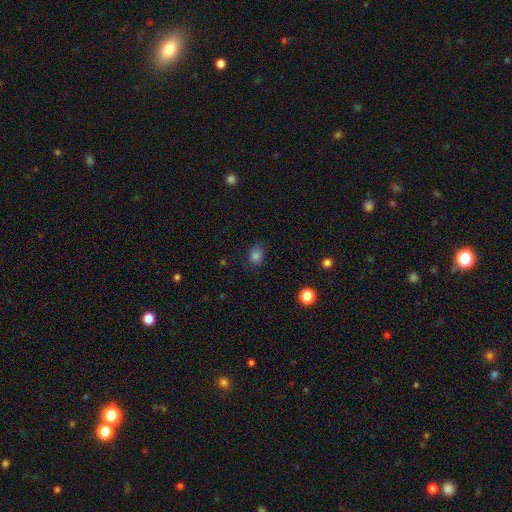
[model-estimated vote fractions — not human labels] Smooth or featured? Predicted: smooth (p=0.82). How rounded? Predicted: round (p=0.55). Merging? Predicted: none (p=0.81).